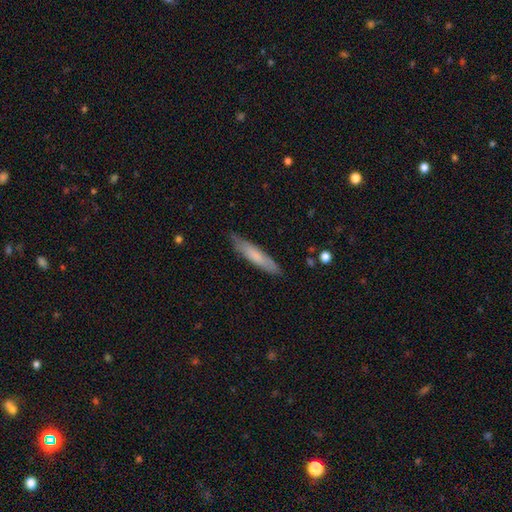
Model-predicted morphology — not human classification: type=smooth (67%); roundness=cigar-shaped (86%); merging=none (82%).